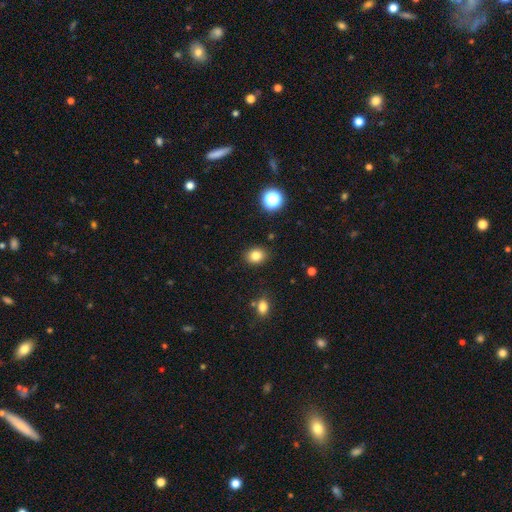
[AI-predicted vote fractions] Smooth or featured? Predicted: smooth (p=0.82). How rounded? Predicted: round (p=0.55). Merging? Predicted: none (p=0.88).